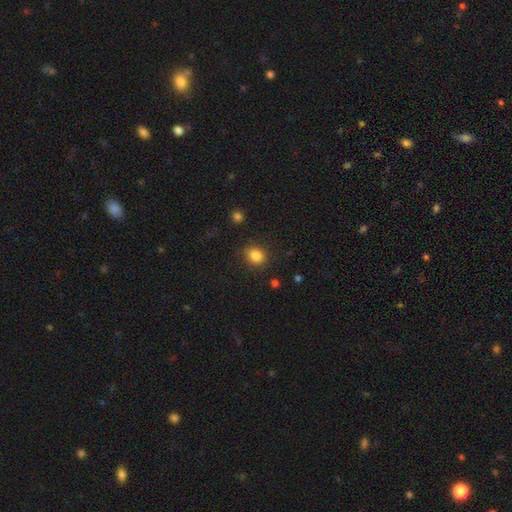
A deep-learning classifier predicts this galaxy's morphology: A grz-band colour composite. It shows a smooth galaxy with no disk features (85%) that is round (62%). Merging: none (83%).